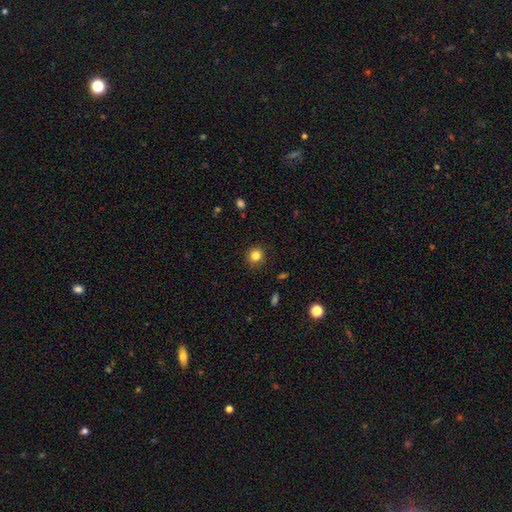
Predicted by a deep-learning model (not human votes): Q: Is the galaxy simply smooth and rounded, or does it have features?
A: smooth — 83%.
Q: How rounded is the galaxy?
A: round — 91%.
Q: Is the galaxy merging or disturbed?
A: none — 90%.